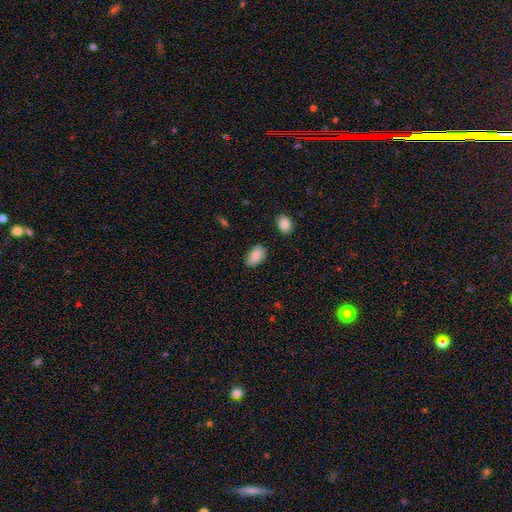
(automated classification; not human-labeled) Morphology: type=smooth (85%); roundness=in between (93%); merging=none (79%).